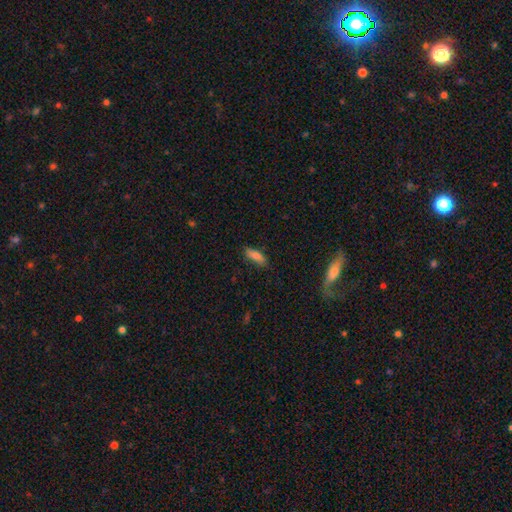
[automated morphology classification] Q: Smooth or featured?
A: smooth (82%); runner-up: featured or disk (11%)
Q: How rounded?
A: in between (64%); runner-up: cigar-shaped (34%)
Q: Merging?
A: none (81%); runner-up: minor disturbance (15%)